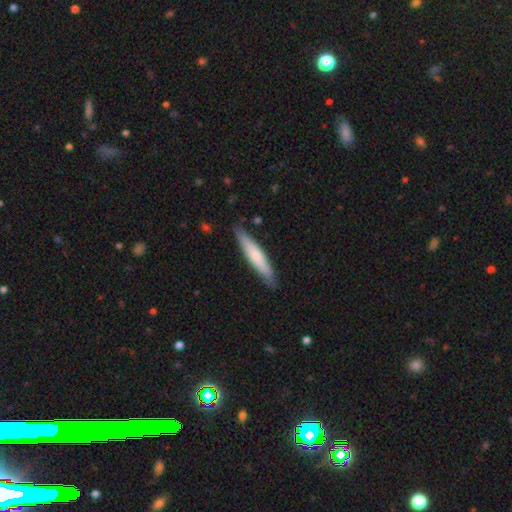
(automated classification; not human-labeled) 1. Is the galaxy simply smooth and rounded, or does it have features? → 65% smooth, 30% featured or disk, 5% star or artifact.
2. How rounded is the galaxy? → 89% cigar-shaped, 10% in between, 1% round.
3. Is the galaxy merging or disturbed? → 86% none, 11% minor disturbance, 2% major disturbance, 1% merger.